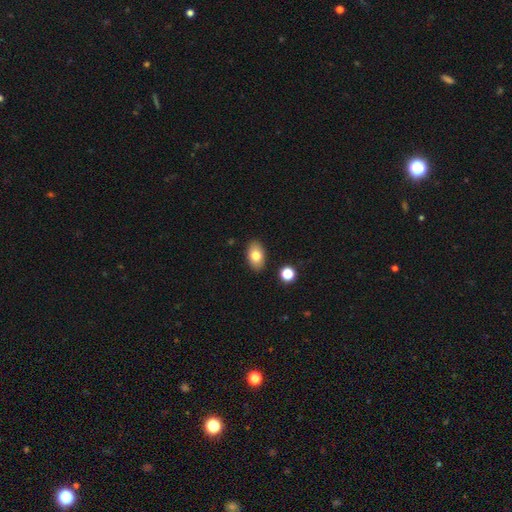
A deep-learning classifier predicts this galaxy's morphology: This appears to be a smooth galaxy with no disk features (78%) that is in between round and cigar-shaped (89%). Merging: none (88%).